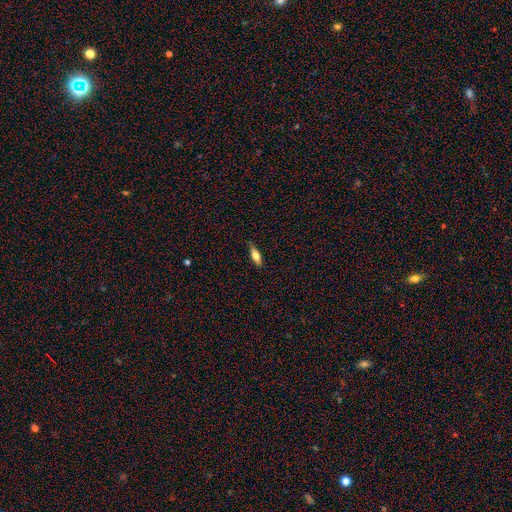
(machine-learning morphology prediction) This is likely a smooth galaxy (63%). How rounded: likely in between (60%). Merging: clearly none (84%).